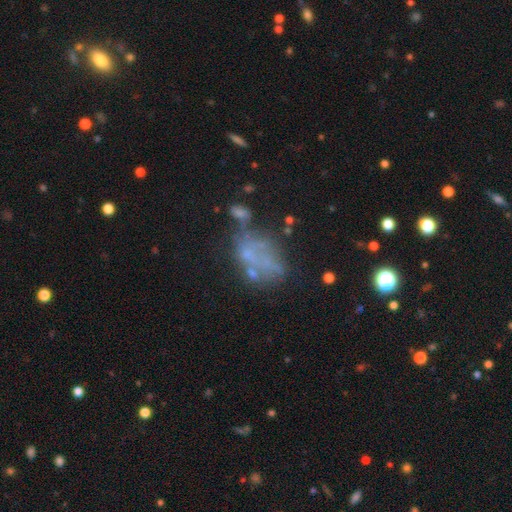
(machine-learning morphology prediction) Q: Smooth or featured?
A: featured or disk (49%); runner-up: smooth (31%)
Q: Merging?
A: none (36%); runner-up: major disturbance (26%)